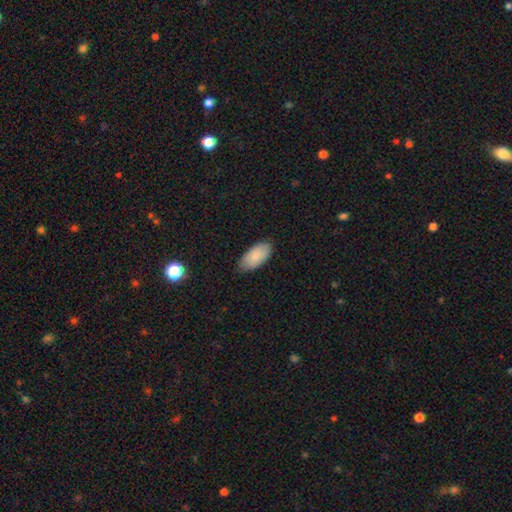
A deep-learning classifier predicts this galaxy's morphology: Smooth or featured? Predicted: smooth (p=0.80). How rounded? Predicted: in between (p=0.94). Merging? Predicted: none (p=0.79).